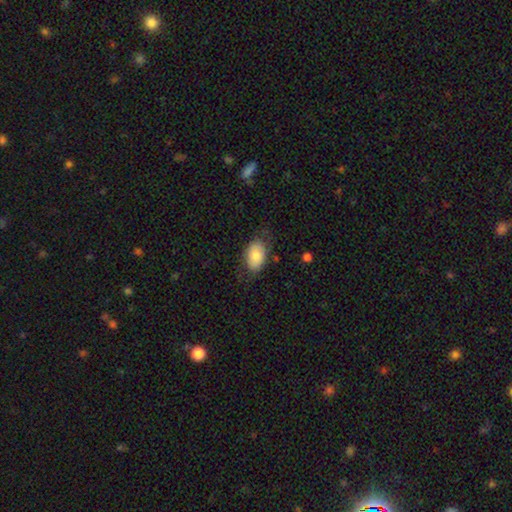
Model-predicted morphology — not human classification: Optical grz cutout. It shows a smooth galaxy with no disk features (78%) that is in between round and cigar-shaped (90%). Merging: none (70%).